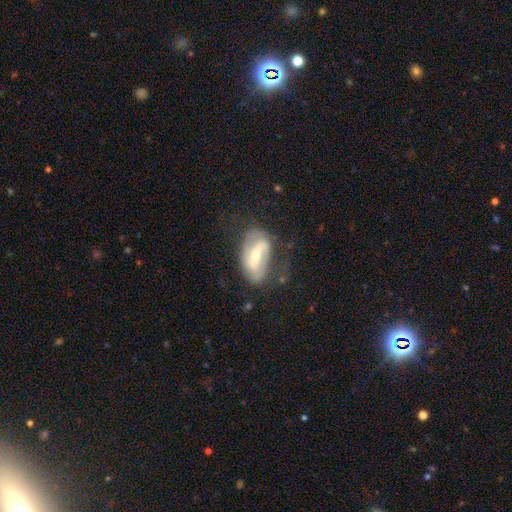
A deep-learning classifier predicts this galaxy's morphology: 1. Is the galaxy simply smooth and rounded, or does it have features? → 68% featured or disk, 25% smooth, 6% star or artifact.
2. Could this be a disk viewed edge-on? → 93% no, 7% yes.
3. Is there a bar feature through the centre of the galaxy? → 48% strong, 37% weak, 15% no.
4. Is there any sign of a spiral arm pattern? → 78% yes, 22% no.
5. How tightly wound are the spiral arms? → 41% medium, 37% loose, 22% tight.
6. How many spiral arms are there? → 75% 2, 14% can't tell, 7% 1, 2% 3, 1% 4, 1% more than 4.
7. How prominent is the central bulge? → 47% moderate, 42% small, 6% large, 4% none, 1% dominant.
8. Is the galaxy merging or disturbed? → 52% none, 27% minor disturbance, 18% major disturbance, 2% merger.